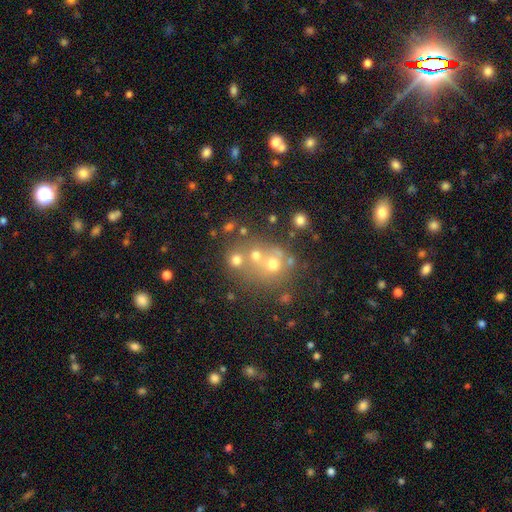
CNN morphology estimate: A smooth galaxy with no disk features (59%) that is round (77%). Merging: none (46%).